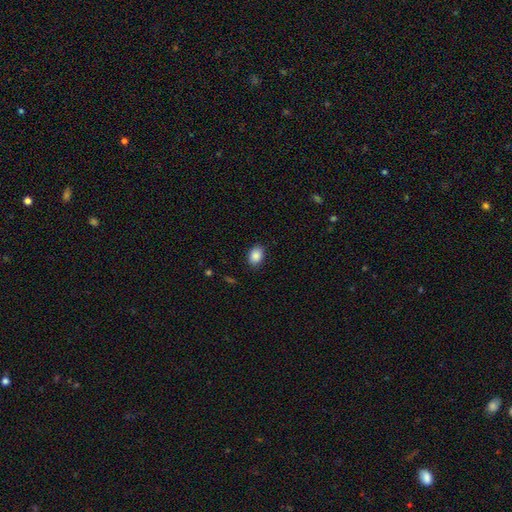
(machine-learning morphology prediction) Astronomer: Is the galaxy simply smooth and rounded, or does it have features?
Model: smooth — 88%.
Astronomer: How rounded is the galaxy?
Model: in between — 70%.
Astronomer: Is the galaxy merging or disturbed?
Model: none — 87%.